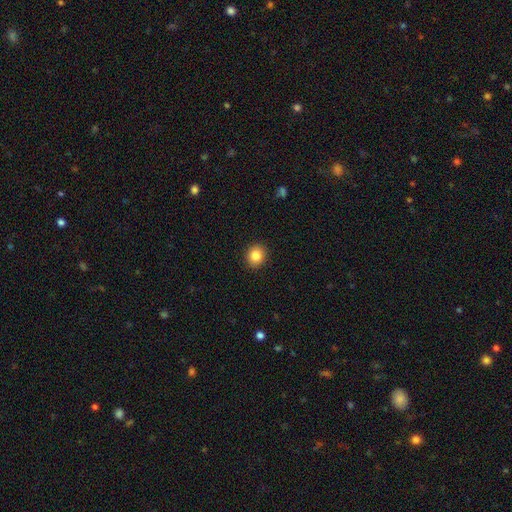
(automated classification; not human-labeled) Morphology: type=smooth (84%); roundness=round (79%); merging=none (92%).